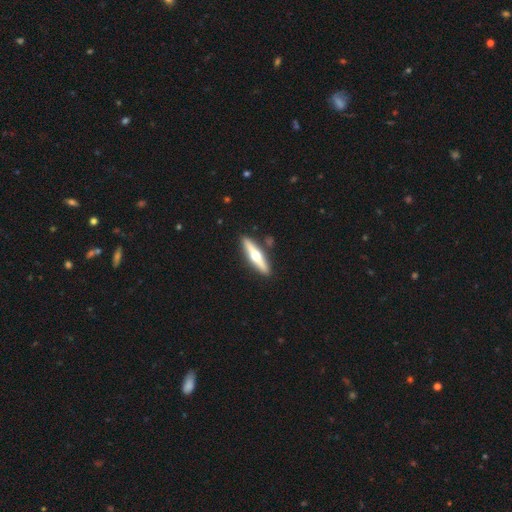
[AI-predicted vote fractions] smooth-or-featured: featured or disk: 65% | smooth: 30% | star or artifact: 5%
  disk-edge-on: yes: 95% | no: 5%
    edge-on-bulge: rounded: 95% | none: 3% | boxy: 2%
  merging: none: 89% | minor disturbance: 7% | merger: 3% | major disturbance: 2%